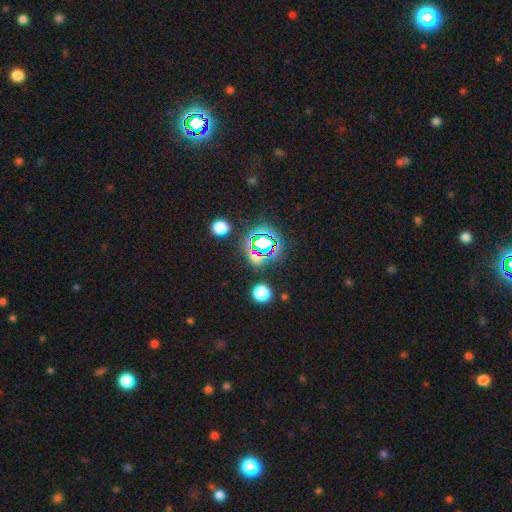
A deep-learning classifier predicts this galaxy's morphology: This is likely a star or artifact rather than a galaxy (69%).